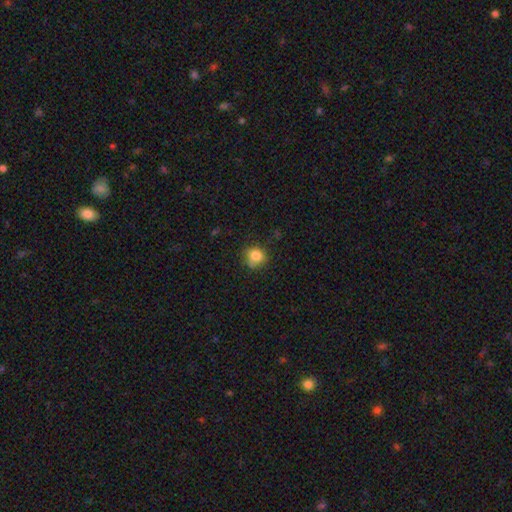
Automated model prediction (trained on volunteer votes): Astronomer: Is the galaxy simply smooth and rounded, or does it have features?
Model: smooth — 82%.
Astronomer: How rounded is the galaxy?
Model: round — 81%.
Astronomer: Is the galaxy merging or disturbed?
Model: none — 69%.